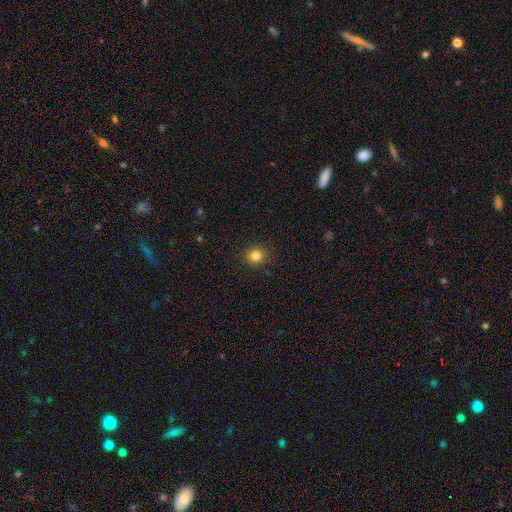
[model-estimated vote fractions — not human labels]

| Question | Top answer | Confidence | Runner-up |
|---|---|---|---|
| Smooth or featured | smooth | 83% | star or artifact (12%) |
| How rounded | round | 87% | in between (12%) |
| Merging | none | 90% | minor disturbance (7%) |